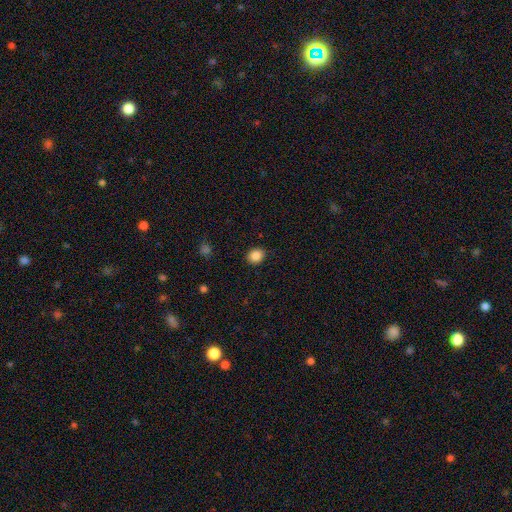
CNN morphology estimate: smooth-or-featured: smooth: 86% | star or artifact: 10% | featured or disk: 5%
  how-rounded: round: 65% | in between: 34% | cigar-shaped: 1%
  merging: none: 89% | minor disturbance: 8% | major disturbance: 2% | merger: 1%